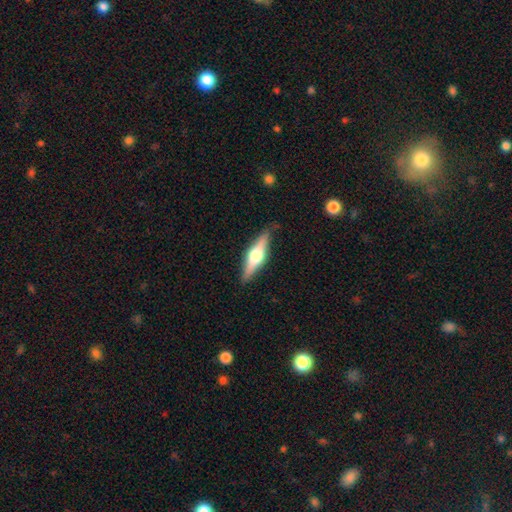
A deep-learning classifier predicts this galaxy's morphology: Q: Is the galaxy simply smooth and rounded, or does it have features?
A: featured or disk — 65%.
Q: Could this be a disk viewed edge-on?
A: yes — 96%.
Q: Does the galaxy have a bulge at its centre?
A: rounded — 93%.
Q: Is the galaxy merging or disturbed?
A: none — 87%.